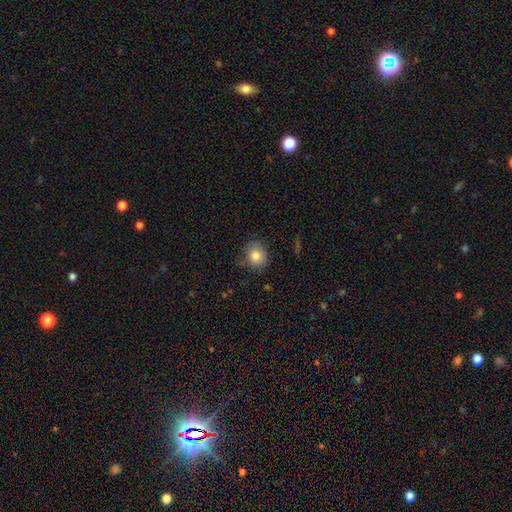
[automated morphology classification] Smooth or featured: smooth — 81% (star or artifact — 10%)
How rounded: round — 67% (in between — 32%)
Merging: none — 76% (minor disturbance — 18%)